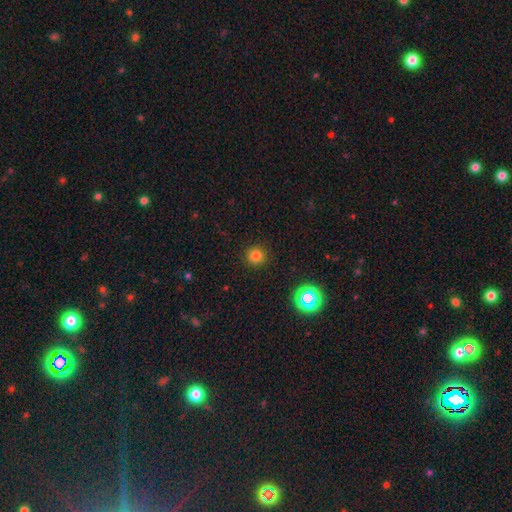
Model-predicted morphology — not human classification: This is likely a smooth galaxy (79%). How rounded: clearly round (95%). Merging: clearly none (92%).